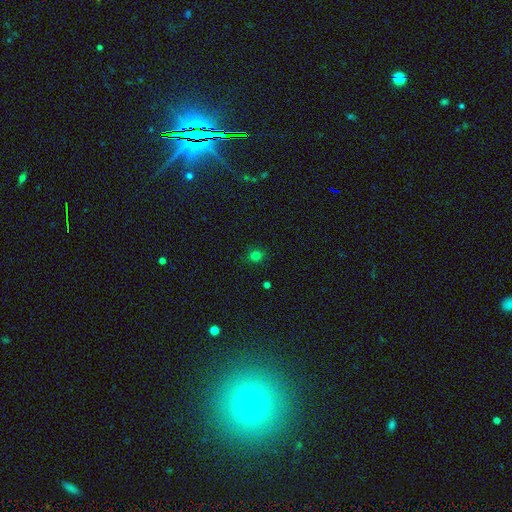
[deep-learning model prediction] Morphology: type=smooth (76%); roundness=round (84%); merging=none (88%).